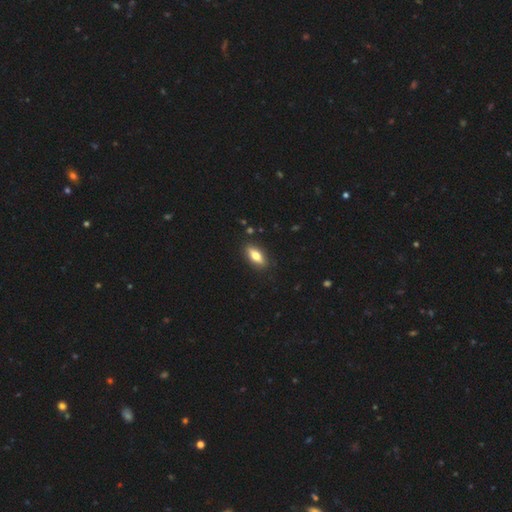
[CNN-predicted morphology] A smooth galaxy with no disk features (70%) that is in between round and cigar-shaped (75%). Merging: none (87%).